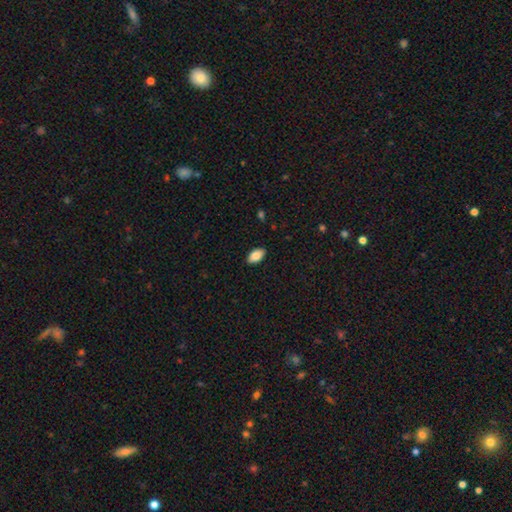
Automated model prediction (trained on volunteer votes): Smooth or featured: smooth — 85% (featured or disk — 8%)
How rounded: in between — 94% (round — 3%)
Merging: none — 88% (minor disturbance — 9%)